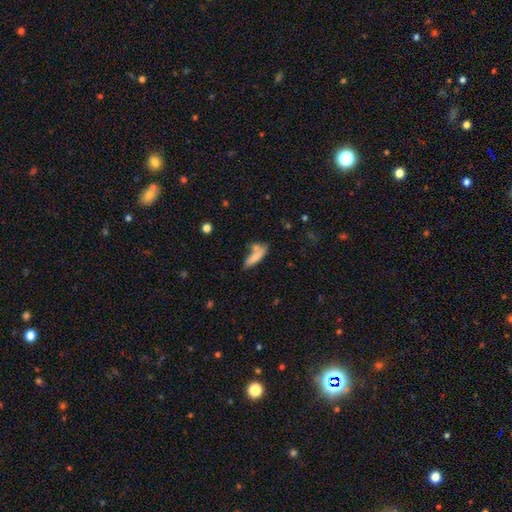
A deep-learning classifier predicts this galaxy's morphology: smooth 75%, featured or disk 18%, star or artifact 7%. Down the decision tree: how rounded — cigar-shaped (61%); merging — none (51%).